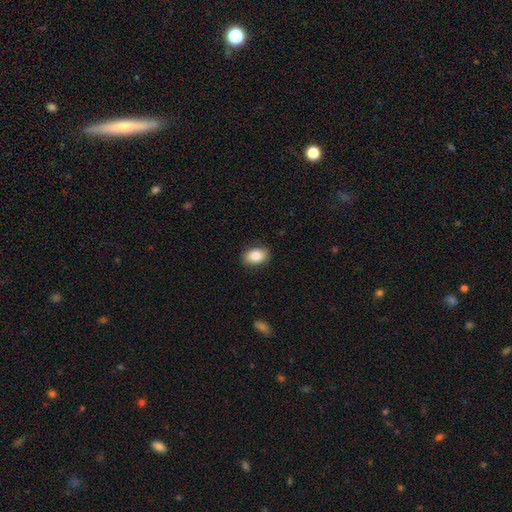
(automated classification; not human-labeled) Q: Smooth or featured?
A: smooth (84%); runner-up: featured or disk (9%)
Q: How rounded?
A: in between (83%); runner-up: round (15%)
Q: Merging?
A: none (87%); runner-up: minor disturbance (9%)